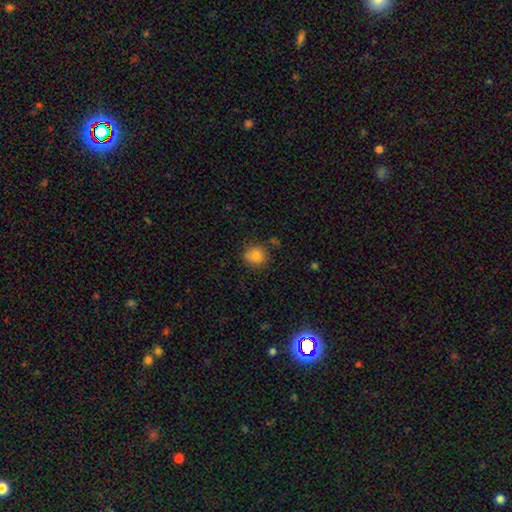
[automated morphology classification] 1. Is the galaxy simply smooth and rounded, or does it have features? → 83% smooth, 10% star or artifact, 7% featured or disk.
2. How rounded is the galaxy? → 84% round, 15% in between, 1% cigar-shaped.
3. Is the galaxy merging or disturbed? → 76% none, 14% minor disturbance, 6% merger, 3% major disturbance.